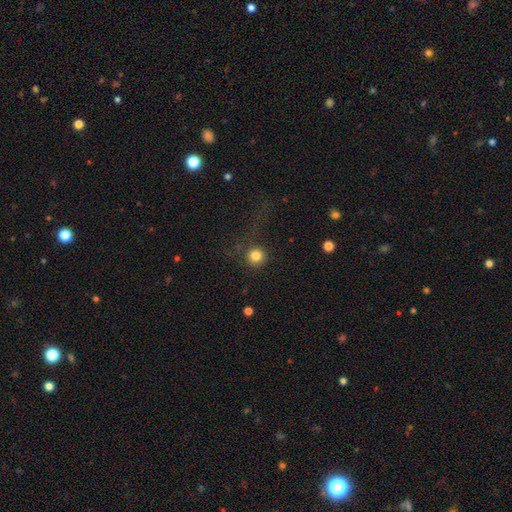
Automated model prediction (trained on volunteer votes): The model was most divided on "merging": none: 77%, major disturbance: 10%, minor disturbance: 10%, merger: 3%. More confident: how rounded — round (95%); smooth or featured — smooth (84%).